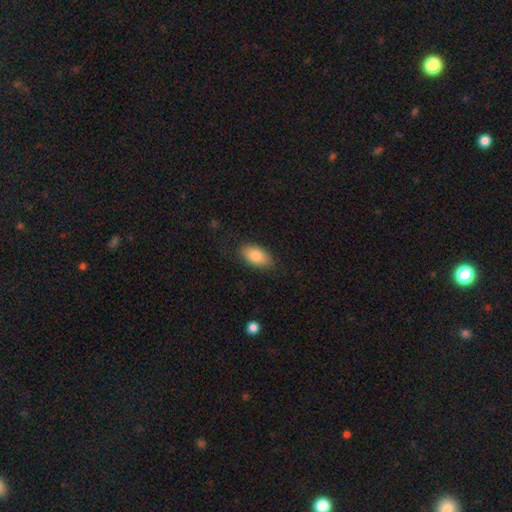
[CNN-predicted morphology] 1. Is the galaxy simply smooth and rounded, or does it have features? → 83% smooth, 11% featured or disk, 6% star or artifact.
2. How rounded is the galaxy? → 93% in between, 4% round, 3% cigar-shaped.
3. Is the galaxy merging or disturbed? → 83% none, 13% minor disturbance, 3% major disturbance, 1% merger.